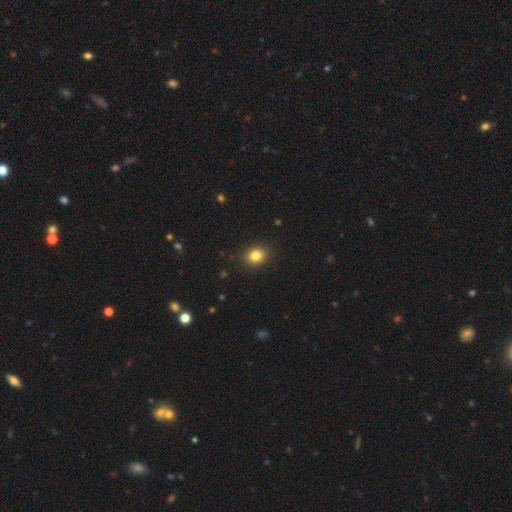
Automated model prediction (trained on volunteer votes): smooth 83%, star or artifact 11%, featured or disk 6%. Down the decision tree: how rounded — round (55%); merging — none (89%).